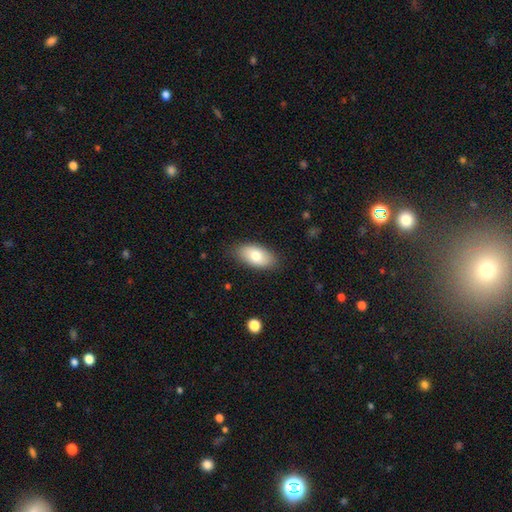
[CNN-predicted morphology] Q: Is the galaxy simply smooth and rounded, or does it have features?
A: smooth — 77%.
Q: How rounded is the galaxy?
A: in between — 93%.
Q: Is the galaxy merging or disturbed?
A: none — 84%.